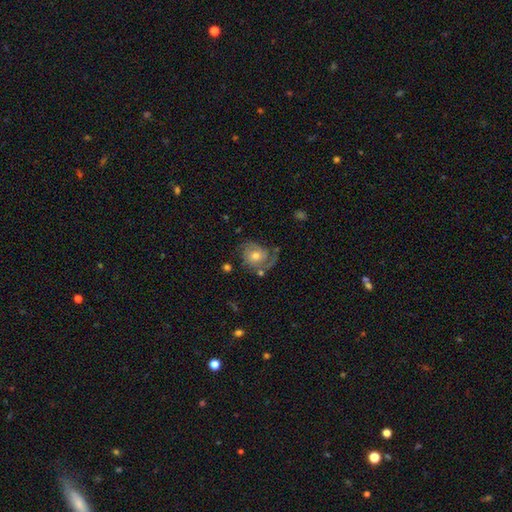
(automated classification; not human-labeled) A featured or disk galaxy (74%) with no bar (70%), 2 (60%) medium (43%) spiral arms (92%) and a moderate central bulge (62%). Merging: none (56%).